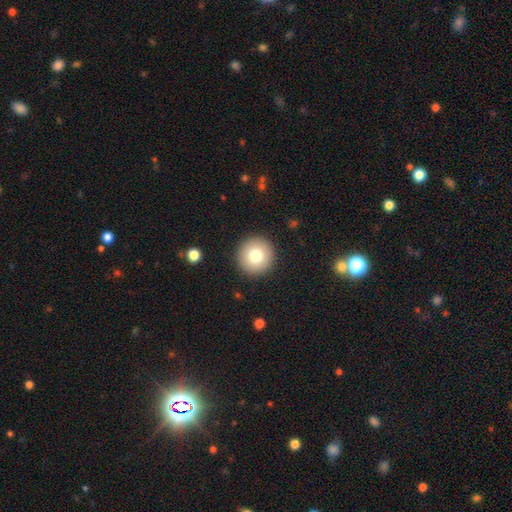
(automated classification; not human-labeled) Smooth or featured? smooth (78%)
How rounded? round (96%)
Merging? none (92%)